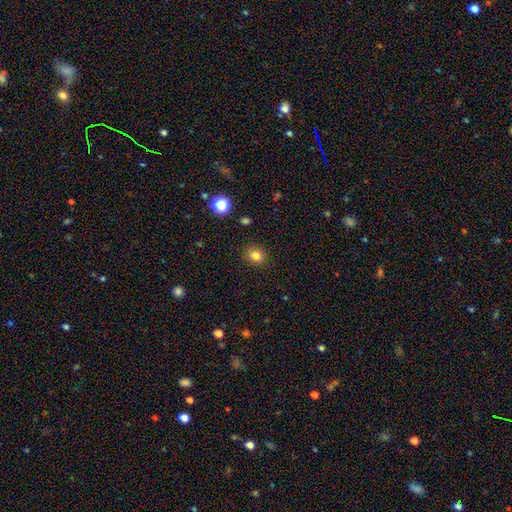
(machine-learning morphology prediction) A smooth galaxy with no disk features (81%) that is round (66%).

Vote fractions:
- Smooth or featured? smooth: 81% / star or artifact: 13% / featured or disk: 5%
- How rounded? round: 66% / in between: 33% / cigar-shaped: 1%
- Merging? none: 88% / minor disturbance: 8% / major disturbance: 3% / merger: 1%